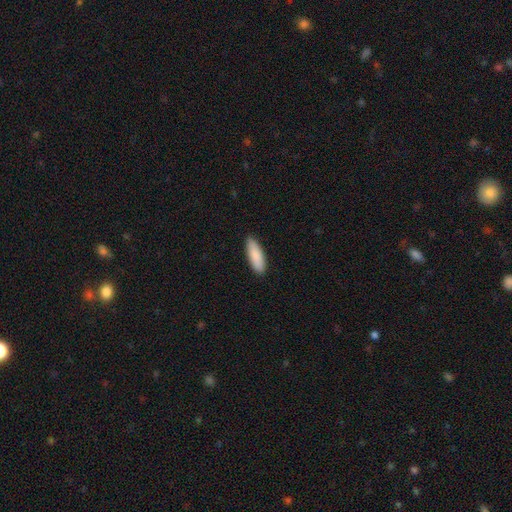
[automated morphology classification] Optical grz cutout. It shows a smooth galaxy with no disk features (88%) that is in between round and cigar-shaped (59%). Merging: none (88%).